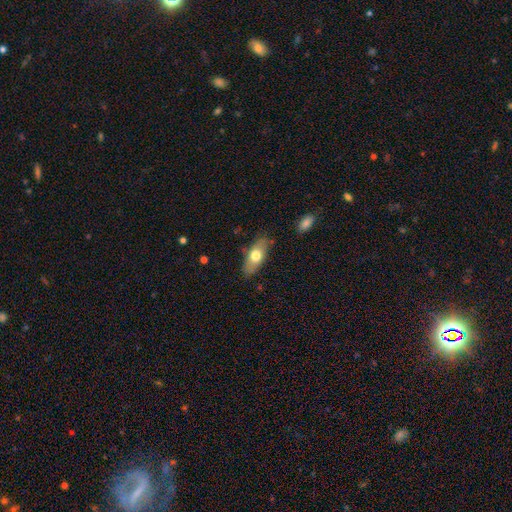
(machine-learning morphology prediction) smooth 65%, featured or disk 29%, star or artifact 6%. Down the decision tree: how rounded — in between (80%); merging — none (79%).